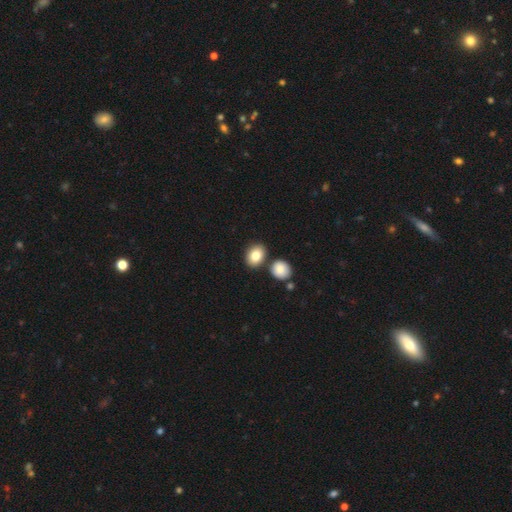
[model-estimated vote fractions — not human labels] Smooth or featured? smooth (83%)
How rounded? in between (69%)
Merging? none (75%)